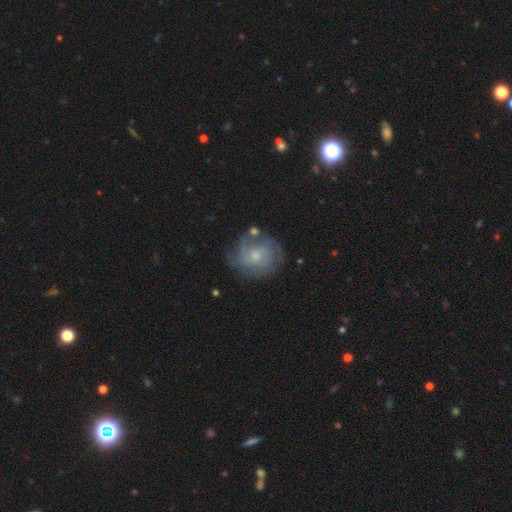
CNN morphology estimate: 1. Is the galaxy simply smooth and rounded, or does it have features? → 70% featured or disk, 23% smooth, 8% star or artifact.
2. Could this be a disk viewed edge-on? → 98% no, 2% yes.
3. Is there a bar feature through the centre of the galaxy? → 75% no, 22% weak, 3% strong.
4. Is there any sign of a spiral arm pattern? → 86% yes, 14% no.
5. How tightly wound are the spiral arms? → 51% tight, 36% medium, 13% loose.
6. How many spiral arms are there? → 39% can't tell, 22% 3, 16% 2, 11% 4, 6% 1, 6% more than 4.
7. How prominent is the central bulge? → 62% small, 32% moderate, 3% none, 2% large, 1% dominant.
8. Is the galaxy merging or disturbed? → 68% none, 19% minor disturbance, 9% major disturbance, 4% merger.